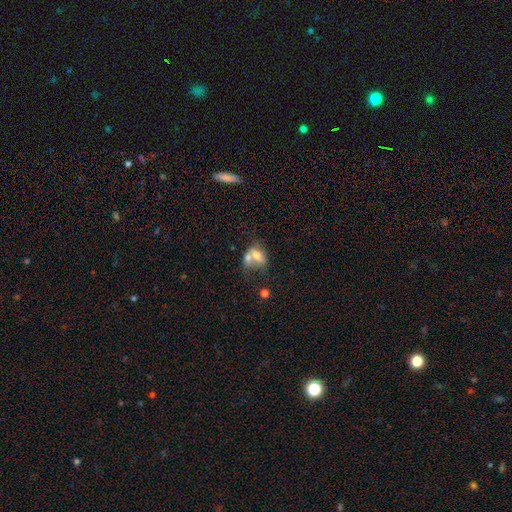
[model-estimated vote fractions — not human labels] smooth 63%, featured or disk 27%, star or artifact 10%. Down the decision tree: how rounded — in between (69%); merging — merger (63%).